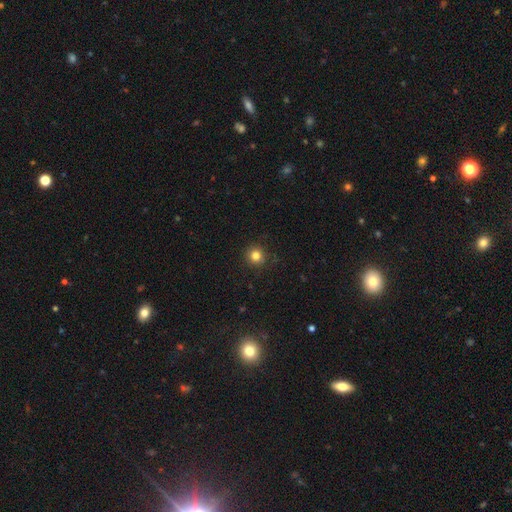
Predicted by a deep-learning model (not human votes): Smooth or featured? smooth (82%)
How rounded? round (94%)
Merging? none (90%)